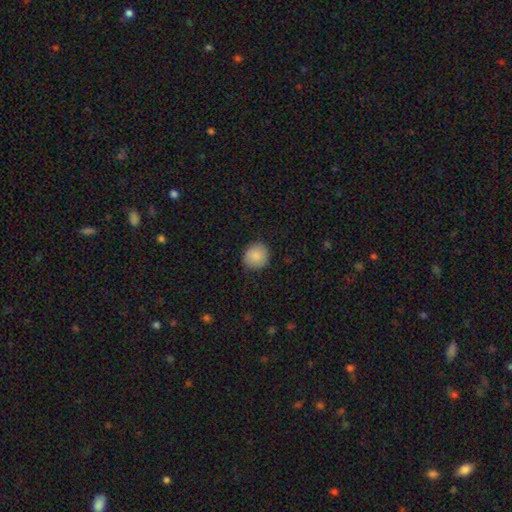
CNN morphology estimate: A smooth galaxy with no disk features (88%) that is round (88%).

Vote fractions:
- Smooth or featured? smooth: 88% / star or artifact: 7% / featured or disk: 5%
- How rounded? round: 88% / in between: 11% / cigar-shaped: 1%
- Merging? none: 86% / minor disturbance: 11% / major disturbance: 2% / merger: 1%